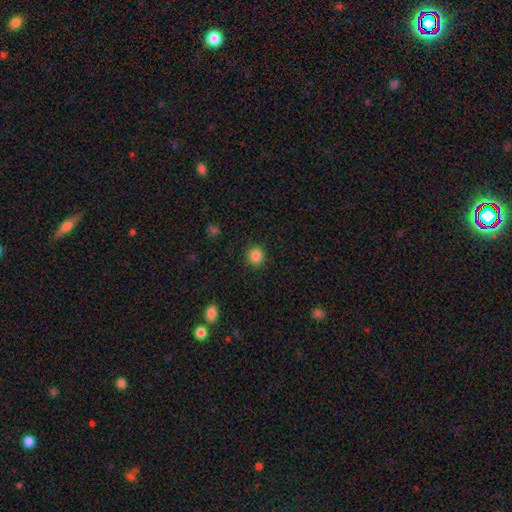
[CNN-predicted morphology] This is clearly a smooth galaxy (86%). How rounded: clearly round (86%). Merging: clearly none (90%).